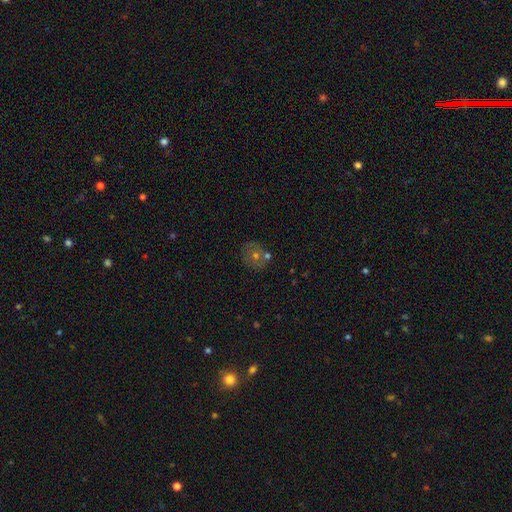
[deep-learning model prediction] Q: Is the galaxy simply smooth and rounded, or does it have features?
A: smooth — 45%.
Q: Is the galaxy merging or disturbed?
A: none — 67%.